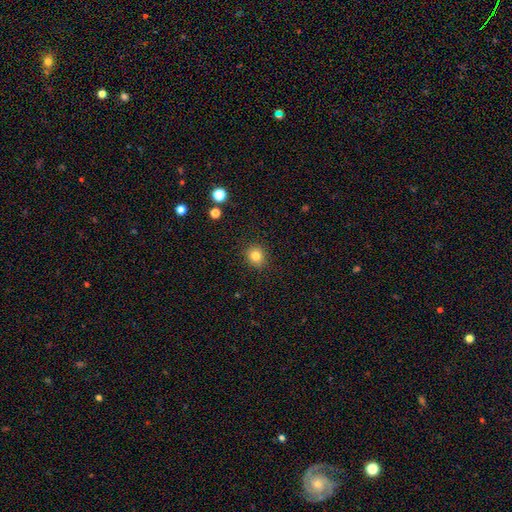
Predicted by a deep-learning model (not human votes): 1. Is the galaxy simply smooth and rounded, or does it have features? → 81% smooth, 12% star or artifact, 7% featured or disk.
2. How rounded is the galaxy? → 81% round, 18% in between, 1% cigar-shaped.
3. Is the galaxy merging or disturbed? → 89% none, 8% minor disturbance, 2% major disturbance, 1% merger.